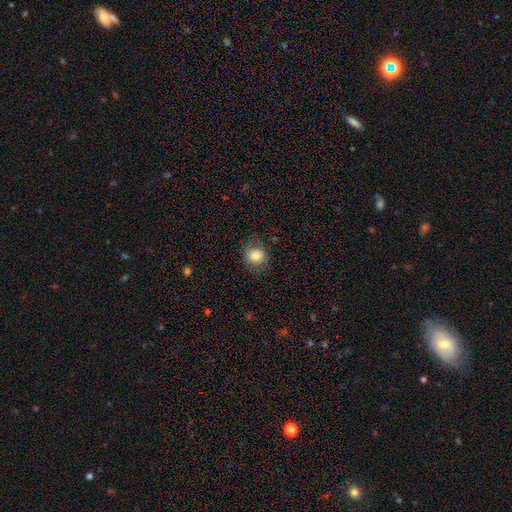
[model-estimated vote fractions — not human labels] Morphology: type=smooth (81%); roundness=round (72%); merging=none (72%).